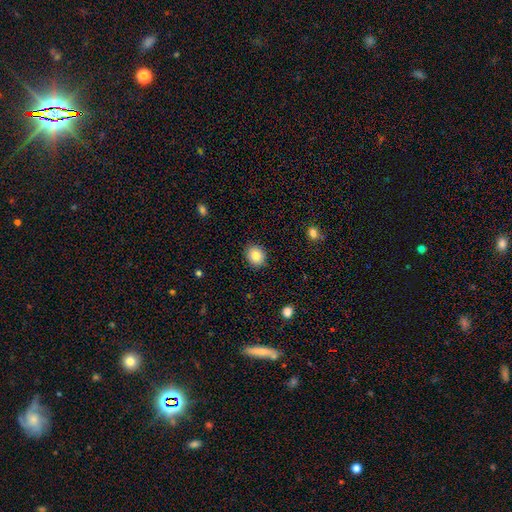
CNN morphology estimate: smooth-or-featured: smooth: 85% | star or artifact: 9% | featured or disk: 7%
  how-rounded: round: 73% | in between: 26% | cigar-shaped: 1%
  merging: none: 90% | minor disturbance: 7% | major disturbance: 2% | merger: 1%